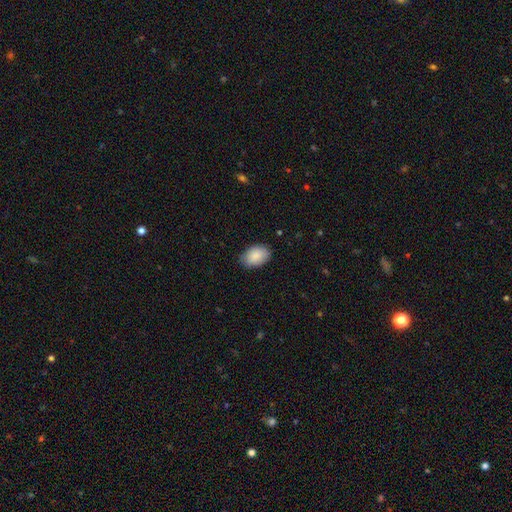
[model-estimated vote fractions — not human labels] Smooth or featured: smooth — 88% (star or artifact — 6%)
How rounded: in between — 87% (round — 12%)
Merging: none — 80% (minor disturbance — 17%)